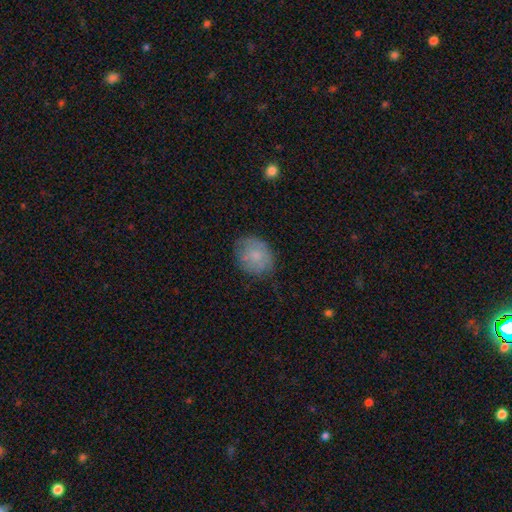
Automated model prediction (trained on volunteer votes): smooth-or-featured: smooth: 69% | featured or disk: 24% | star or artifact: 7%
  how-rounded: round: 50% | in between: 49% | cigar-shaped: 1%
  merging: none: 67% | minor disturbance: 24% | major disturbance: 7% | merger: 1%